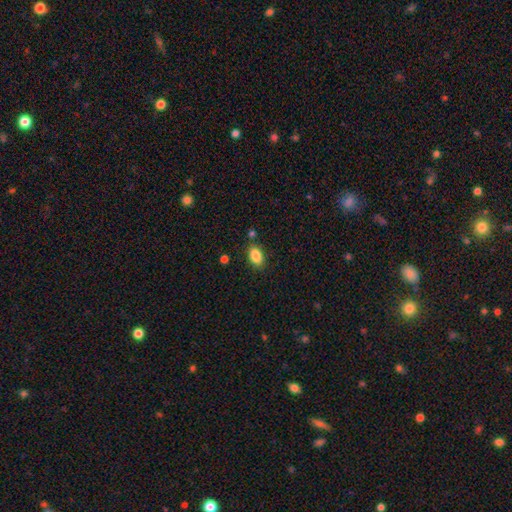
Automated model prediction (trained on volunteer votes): Smooth or featured? smooth (87%)
How rounded? in between (89%)
Merging? none (82%)